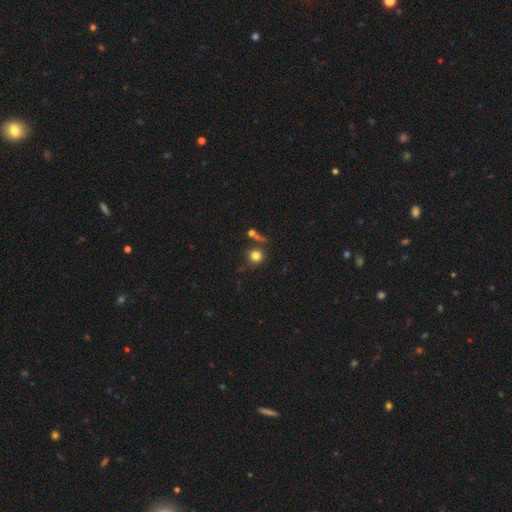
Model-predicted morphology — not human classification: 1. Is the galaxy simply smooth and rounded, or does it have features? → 80% smooth, 13% star or artifact, 7% featured or disk.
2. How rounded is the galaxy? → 91% round, 8% in between, 1% cigar-shaped.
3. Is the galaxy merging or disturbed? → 72% none, 12% merger, 10% minor disturbance, 5% major disturbance.